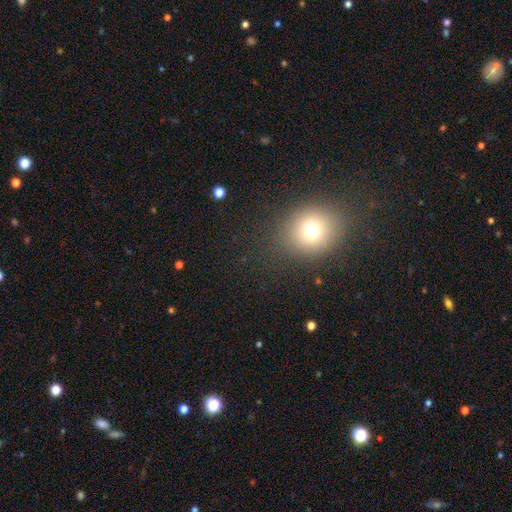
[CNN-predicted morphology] Smooth or featured?
  - smooth: 65% *
  - star or artifact: 27%
  - featured or disk: 8%
How rounded?
  - round: 61% *
  - in between: 37%
  - cigar-shaped: 2%
Merging?
  - none: 89% *
  - minor disturbance: 7%
  - major disturbance: 3%
  - merger: 1%